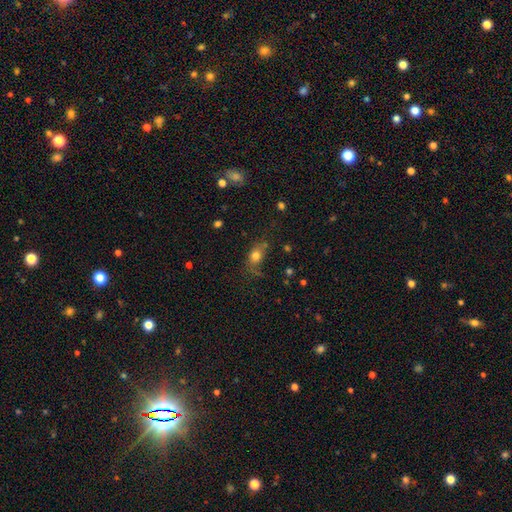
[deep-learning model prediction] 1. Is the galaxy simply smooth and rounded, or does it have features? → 77% smooth, 13% star or artifact, 10% featured or disk.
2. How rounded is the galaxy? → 60% in between, 37% round, 3% cigar-shaped.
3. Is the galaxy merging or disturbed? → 57% none, 25% minor disturbance, 13% major disturbance, 5% merger.